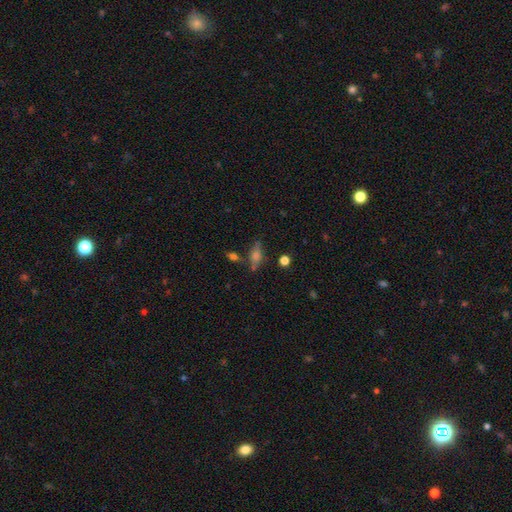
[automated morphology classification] This appears to be a smooth galaxy with no disk features (47%). Merging: none (65%).